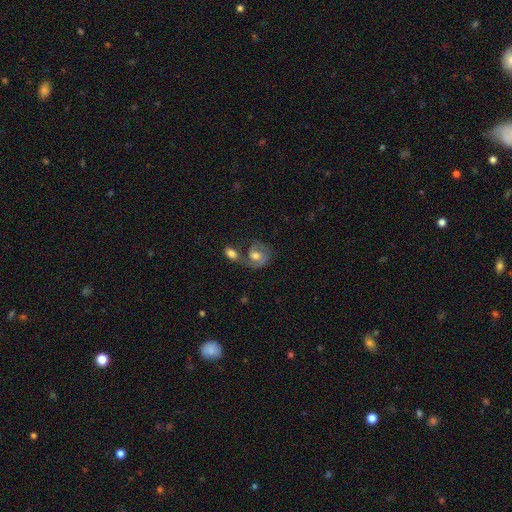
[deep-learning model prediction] A featured or disk galaxy (56%) with no bar (55%), spiral arms (78%) and a moderate central bulge (67%).

Vote fractions:
- Smooth or featured? featured or disk: 56% / smooth: 36% / star or artifact: 8%
- Edge-on disk? no: 96% / yes: 4%
- Bar? no: 55% / weak: 36% / strong: 9%
- Spiral arms? yes: 78% / no: 22%
- Bulge size? moderate: 67% / large: 15% / small: 14% / none: 3% / dominant: 2%
- Merging? merger: 43% / none: 33% / minor disturbance: 13% / major disturbance: 11%